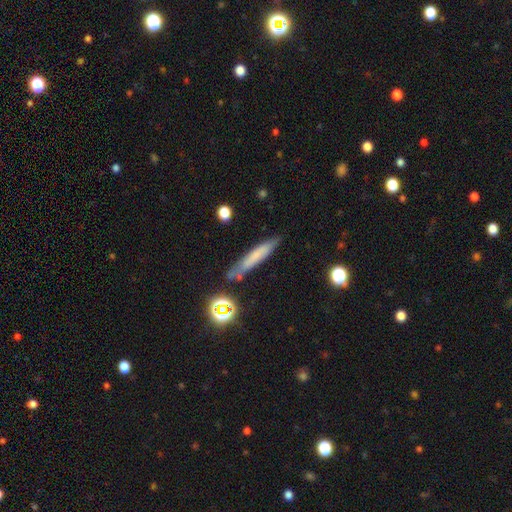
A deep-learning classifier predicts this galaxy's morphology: The model was most divided on "smooth or featured": smooth: 63%, featured or disk: 26%, star or artifact: 11%. More confident: how rounded — cigar-shaped (91%); merging — none (76%).